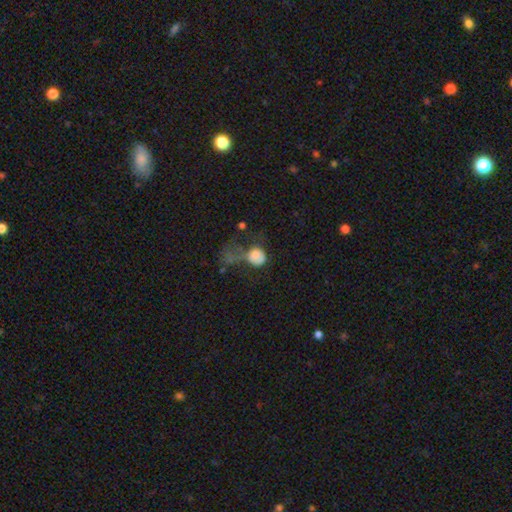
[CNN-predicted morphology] smooth 71%, featured or disk 19%, star or artifact 10%. Down the decision tree: how rounded — round (65%); merging — major disturbance (57%).